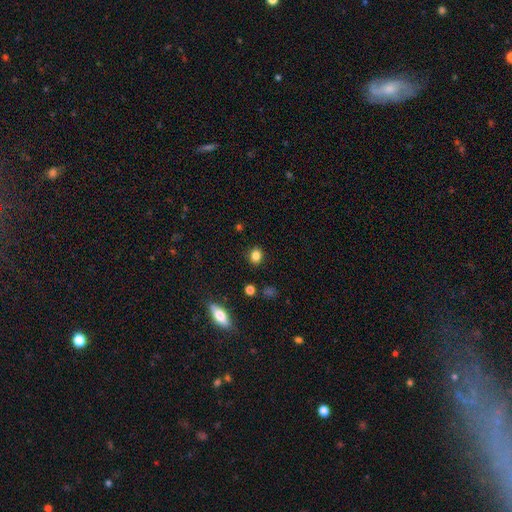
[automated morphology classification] smooth_or_featured: smooth (p=0.84) [alt: star or artifact p=0.11]
how_rounded: round (p=0.66) [alt: in between p=0.32]
merging: none (p=0.89) [alt: minor disturbance p=0.07]